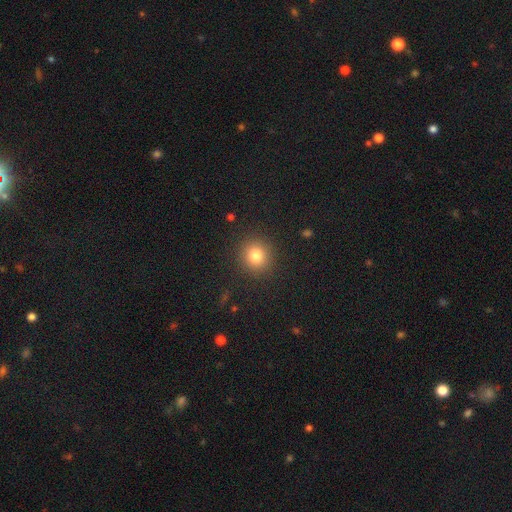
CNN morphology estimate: Smooth or featured? smooth (81%)
How rounded? round (89%)
Merging? none (90%)